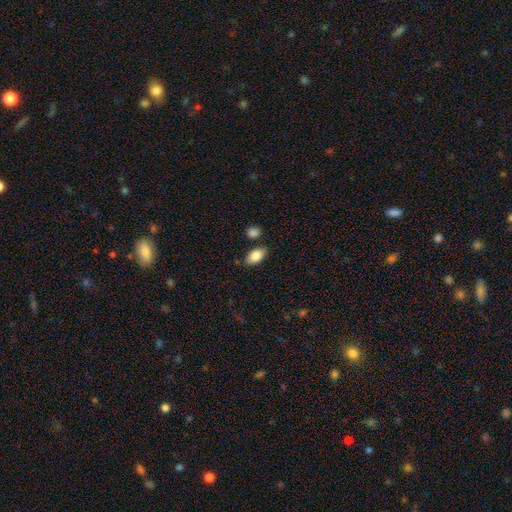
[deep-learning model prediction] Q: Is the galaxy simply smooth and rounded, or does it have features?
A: smooth — 85%.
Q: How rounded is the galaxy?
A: in between — 92%.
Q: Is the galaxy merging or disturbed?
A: none — 80%.